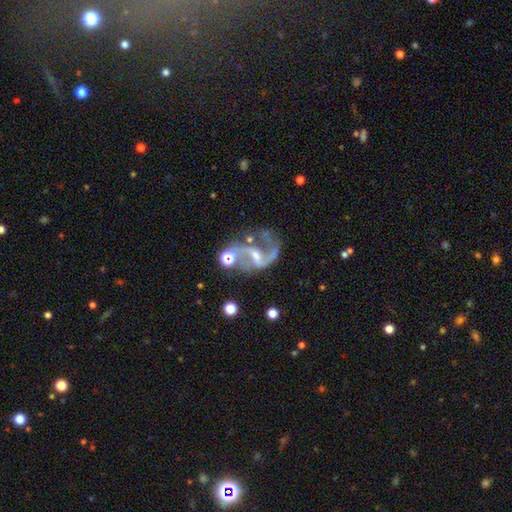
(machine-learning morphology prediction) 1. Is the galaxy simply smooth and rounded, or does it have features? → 86% featured or disk, 8% star or artifact, 5% smooth.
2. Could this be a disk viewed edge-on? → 98% no, 2% yes.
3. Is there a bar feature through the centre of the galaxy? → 43% weak, 29% strong, 28% no.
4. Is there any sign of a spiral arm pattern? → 93% yes, 7% no.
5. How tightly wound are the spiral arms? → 66% loose, 28% medium, 6% tight.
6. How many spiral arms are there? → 85% 2, 8% 1, 3% can't tell, 2% 3, 1% 4, 1% more than 4.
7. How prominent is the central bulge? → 59% small, 29% moderate, 9% none, 2% large, 1% dominant.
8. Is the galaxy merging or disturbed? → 47% none, 20% major disturbance, 17% minor disturbance, 16% merger.